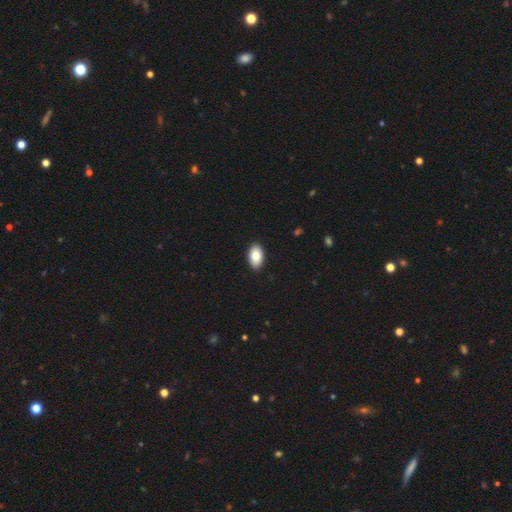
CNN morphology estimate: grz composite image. It shows a smooth galaxy with no disk features (83%) that is in between round and cigar-shaped (94%). Merging: none (91%).